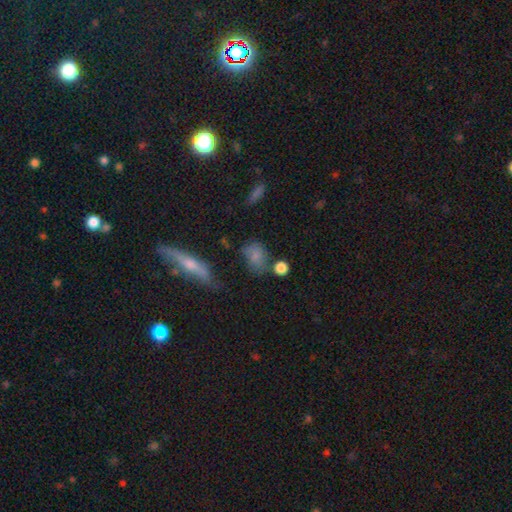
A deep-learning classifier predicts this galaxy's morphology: The model was most divided on "how rounded": in between: 56%, round: 41%, cigar-shaped: 3%. More confident: smooth or featured — smooth (73%); merging — none (53%).